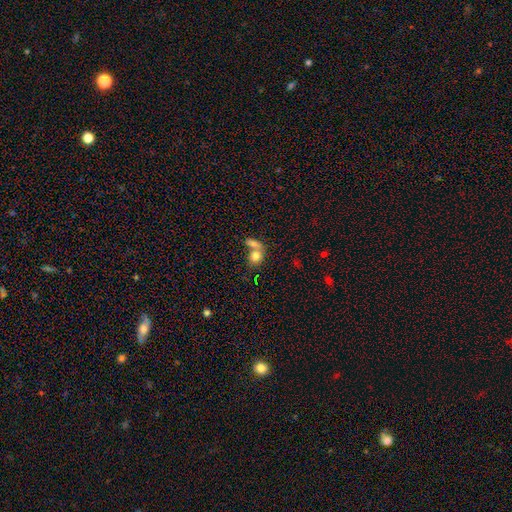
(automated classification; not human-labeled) A smooth galaxy with no disk features (78%) that is in between round and cigar-shaped (52%). Merging: merger (56%).